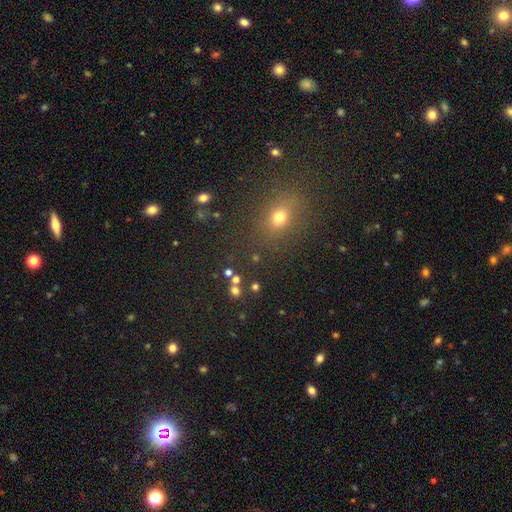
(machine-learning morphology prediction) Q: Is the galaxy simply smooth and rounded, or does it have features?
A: smooth — 54%.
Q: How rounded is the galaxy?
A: round — 56%.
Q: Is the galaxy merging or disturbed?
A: none — 86%.